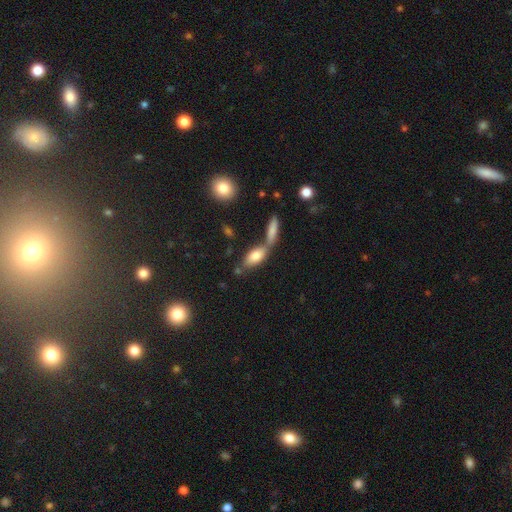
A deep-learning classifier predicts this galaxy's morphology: A smooth galaxy with no disk features (77%) that is in between round and cigar-shaped (83%).

Vote fractions:
- Smooth or featured? smooth: 77% / featured or disk: 16% / star or artifact: 7%
- How rounded? in between: 83% / cigar-shaped: 14% / round: 3%
- Merging? none: 45% / merger: 40% / minor disturbance: 11% / major disturbance: 4%